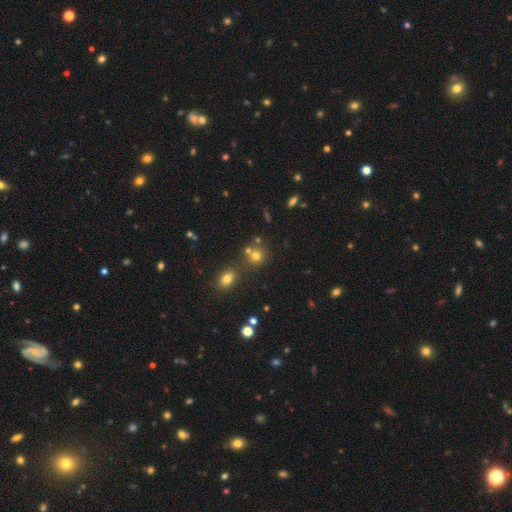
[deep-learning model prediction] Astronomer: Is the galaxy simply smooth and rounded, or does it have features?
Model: smooth — 70%.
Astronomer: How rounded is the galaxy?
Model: round — 85%.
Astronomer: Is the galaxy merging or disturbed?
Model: none — 64%.